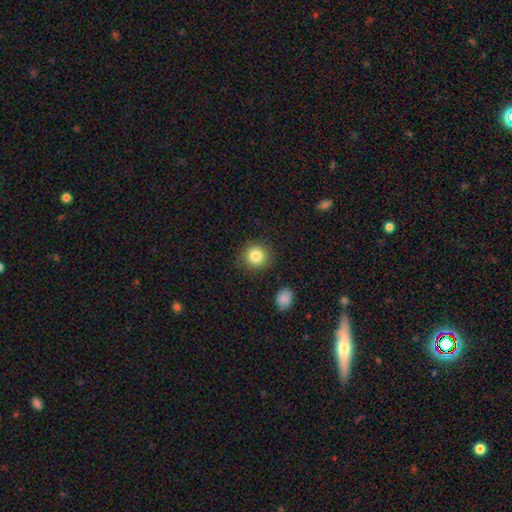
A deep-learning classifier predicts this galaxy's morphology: A smooth galaxy with no disk features (84%) that is round (89%).

Vote fractions:
- Smooth or featured? smooth: 84% / star or artifact: 9% / featured or disk: 6%
- How rounded? round: 89% / in between: 10% / cigar-shaped: 1%
- Merging? none: 85% / minor disturbance: 10% / major disturbance: 3% / merger: 2%